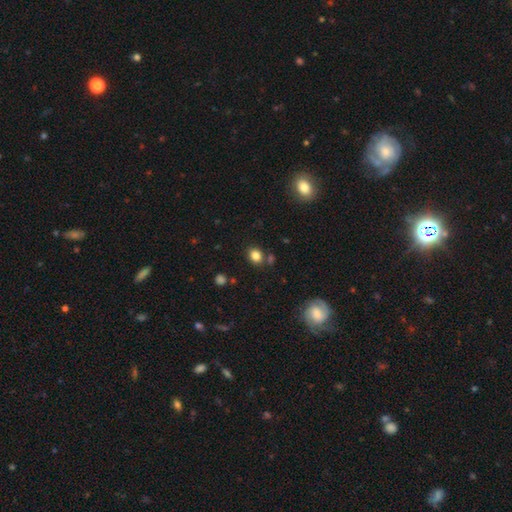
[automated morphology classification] smooth_or_featured: smooth (p=0.83) [alt: star or artifact p=0.12]
how_rounded: round (p=0.54) [alt: in between p=0.45]
merging: none (p=0.78) [alt: minor disturbance p=0.10]